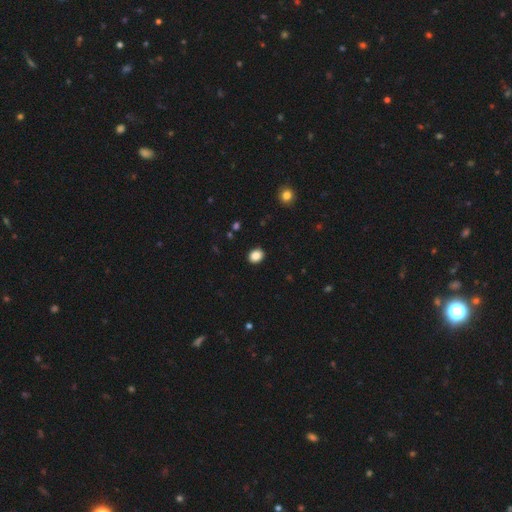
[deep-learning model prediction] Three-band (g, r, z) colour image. It shows a smooth galaxy with no disk features (87%) that is round (52%). Merging: none (90%).